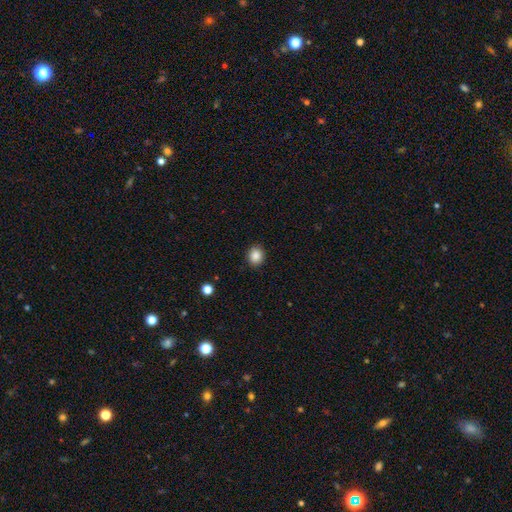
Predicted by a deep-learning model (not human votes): smooth 86%, star or artifact 10%, featured or disk 4%. Down the decision tree: how rounded — round (74%); merging — none (91%).